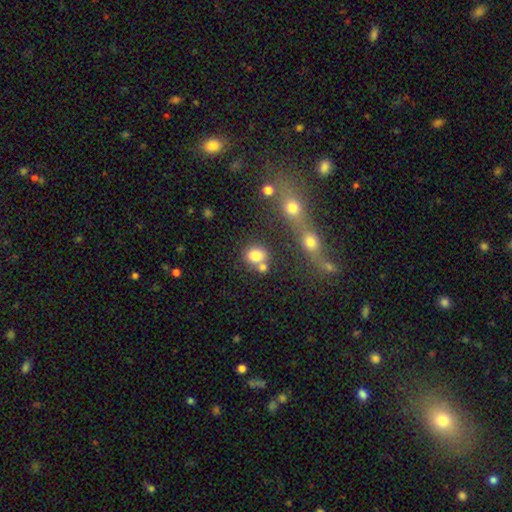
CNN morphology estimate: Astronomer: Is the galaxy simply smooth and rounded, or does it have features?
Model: smooth — 80%.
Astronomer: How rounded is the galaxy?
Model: round — 58% (runner-up: in between, 40%).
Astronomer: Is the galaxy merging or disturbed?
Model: none — 54%.